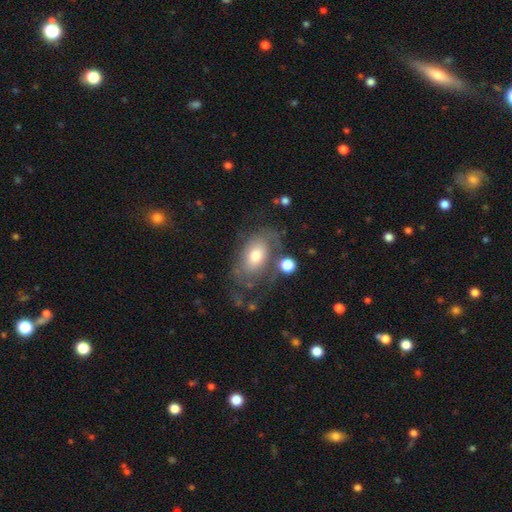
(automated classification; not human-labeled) A featured or disk galaxy (49%). Merging: none (46%).